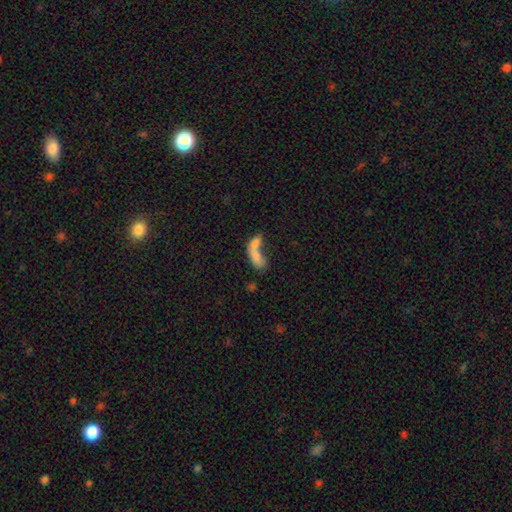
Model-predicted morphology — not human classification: Smooth or featured? Predicted: smooth (p=0.72). How rounded? Predicted: in between (p=0.74). Merging? Predicted: merger (p=0.68).